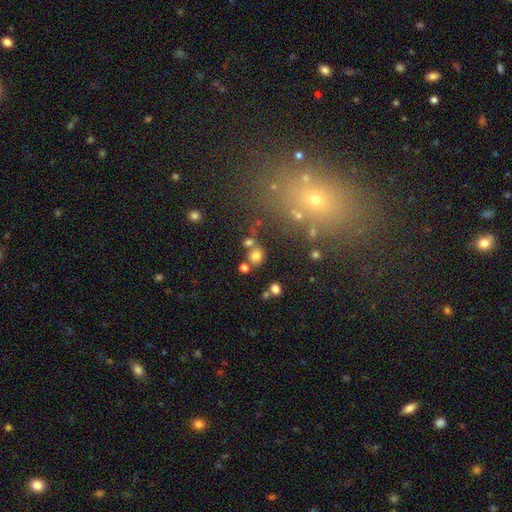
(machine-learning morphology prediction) A smooth galaxy with no disk features (74%) that is round (76%). Merging: none (62%).